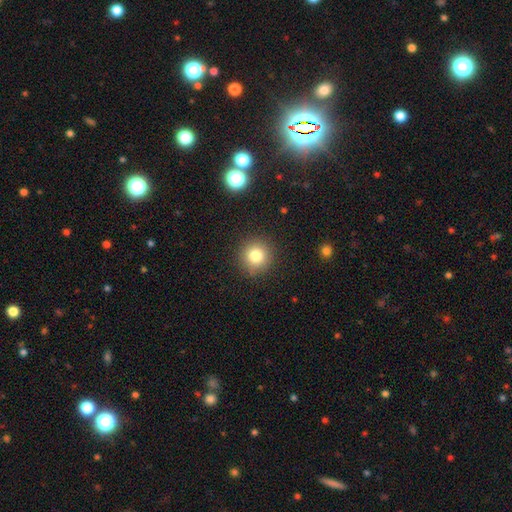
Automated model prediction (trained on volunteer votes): Smooth or featured? smooth (79%)
How rounded? round (94%)
Merging? none (89%)